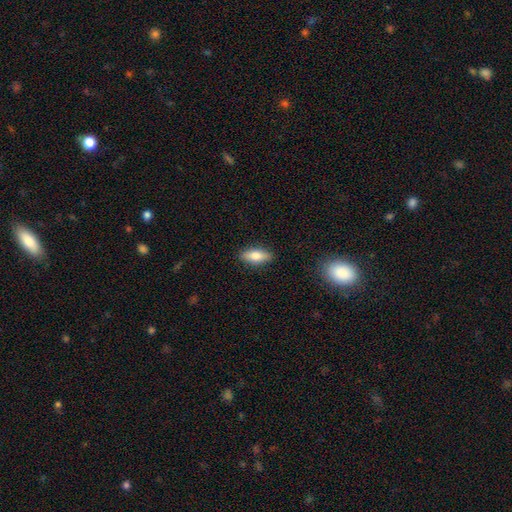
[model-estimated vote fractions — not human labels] Overall: smooth (77%). How rounded: in between (77%). Merging: none (88%).